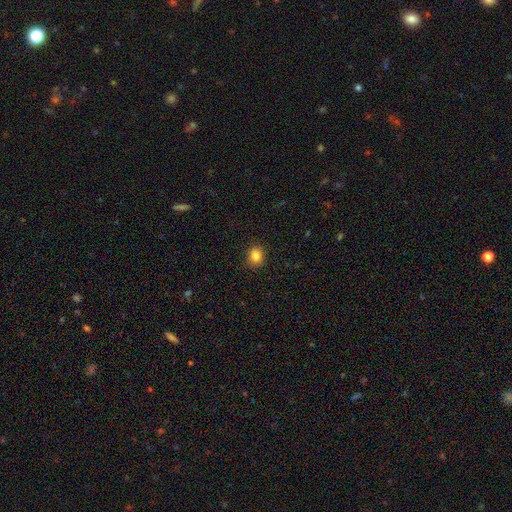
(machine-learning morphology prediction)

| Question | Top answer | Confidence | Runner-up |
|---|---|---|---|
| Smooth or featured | smooth | 83% | star or artifact (11%) |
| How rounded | round | 81% | in between (18%) |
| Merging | none | 90% | minor disturbance (7%) |